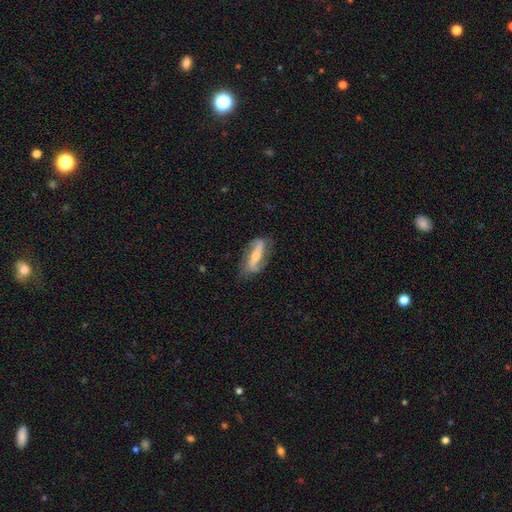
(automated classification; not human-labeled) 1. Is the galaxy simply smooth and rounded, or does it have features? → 76% featured or disk, 18% smooth, 5% star or artifact.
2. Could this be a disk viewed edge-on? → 87% no, 13% yes.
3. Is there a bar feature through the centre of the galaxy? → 52% strong, 24% no, 24% weak.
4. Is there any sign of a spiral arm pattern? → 90% yes, 10% no.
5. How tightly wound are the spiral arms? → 49% loose, 34% medium, 18% tight.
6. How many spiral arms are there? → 89% 2, 5% can't tell, 3% 1, 1% 3, 1% 4, 1% more than 4.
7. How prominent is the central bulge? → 50% moderate, 42% small, 4% large, 2% none, 1% dominant.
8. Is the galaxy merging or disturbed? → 73% none, 19% minor disturbance, 7% major disturbance, 2% merger.